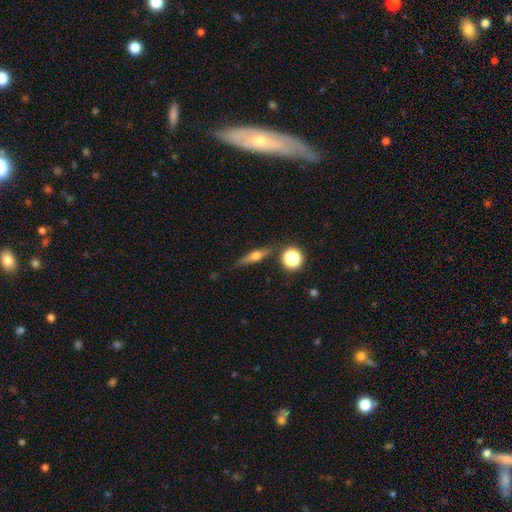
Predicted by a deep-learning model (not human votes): Smooth or featured? Predicted: featured or disk (p=0.49). Merging? Predicted: none (p=0.83).